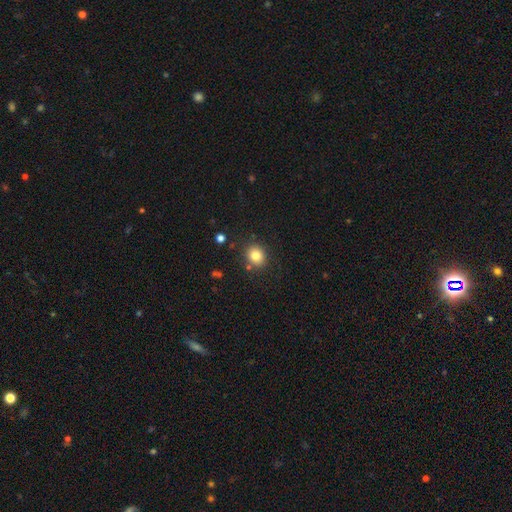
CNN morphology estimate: Overall: smooth (81%). How rounded: round (72%). Merging: none (84%).